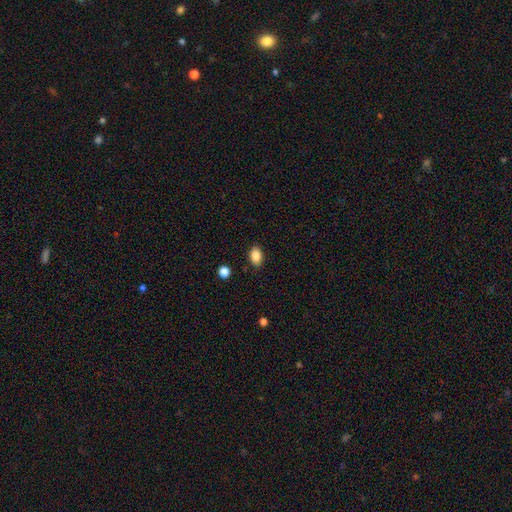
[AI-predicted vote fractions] Morphology: type=smooth (86%); roundness=in between (86%); merging=none (86%).